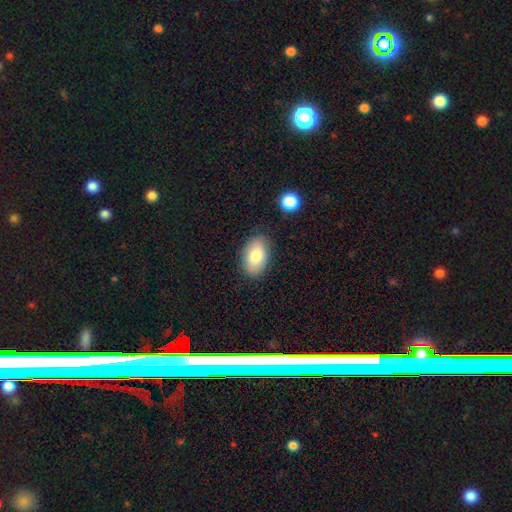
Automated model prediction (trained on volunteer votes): A smooth galaxy with no disk features (81%) that is in between round and cigar-shaped (91%). Merging: none (83%).